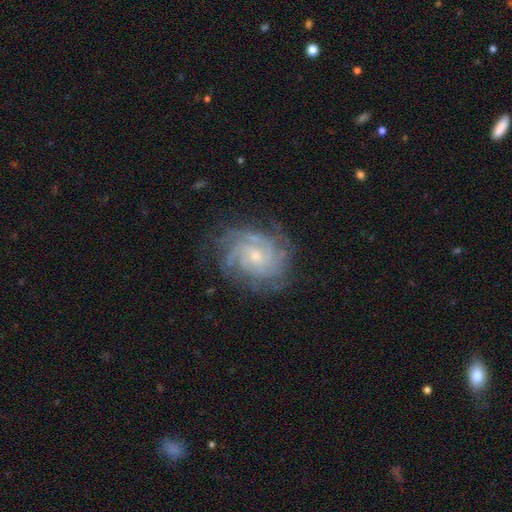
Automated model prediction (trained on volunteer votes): smooth-or-featured: featured or disk: 85% | smooth: 8% | star or artifact: 7%
  disk-edge-on: no: 97% | yes: 3%
    bar: no: 71% | weak: 25% | strong: 4%
    has-spiral-arms: yes: 97% | no: 3%
      spiral-winding: tight: 70% | medium: 25% | loose: 5%
      spiral-arm-count: can't tell: 29% | 4: 24% | 3: 19% | 2: 12% | more than 4: 9% | 1: 7%
    bulge-size: small: 63% | moderate: 32% | none: 2% | large: 2% | dominant: 1%
  merging: none: 75% | minor disturbance: 17% | major disturbance: 7% | merger: 1%